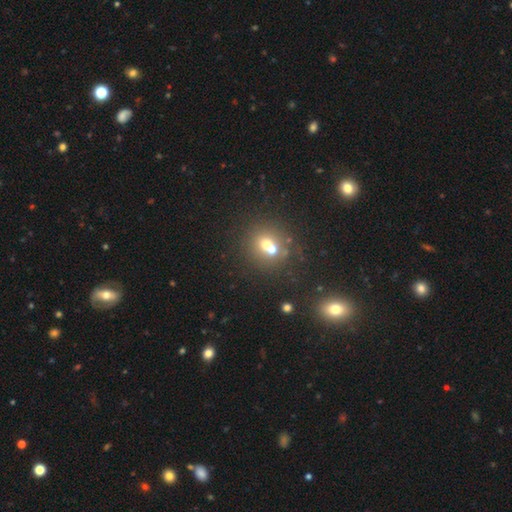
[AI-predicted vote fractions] A smooth galaxy with no disk features (53%) that is round (66%).

Vote fractions:
- Smooth or featured? smooth: 53% / star or artifact: 31% / featured or disk: 16%
- How rounded? round: 66% / in between: 32% / cigar-shaped: 2%
- Merging? none: 55% / merger: 32% / minor disturbance: 9% / major disturbance: 4%